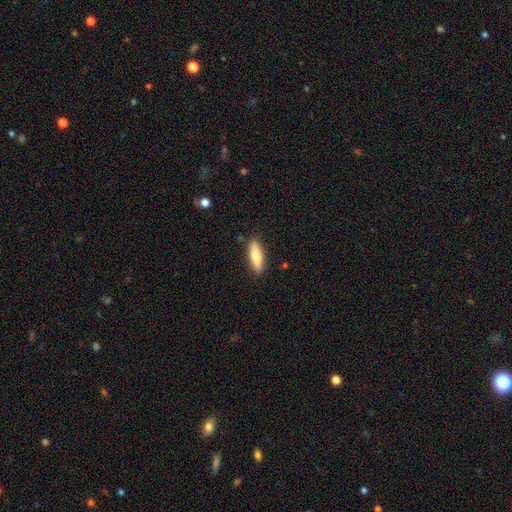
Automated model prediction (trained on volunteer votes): The model was most divided on "how rounded": cigar-shaped: 53%, in between: 45%, round: 2%. More confident: merging — none (87%); smooth or featured — smooth (68%).